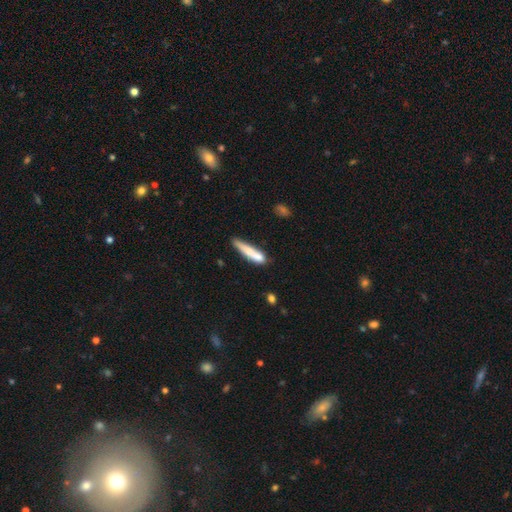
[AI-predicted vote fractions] Smooth or featured?
  - smooth: 70% *
  - featured or disk: 23%
  - star or artifact: 6%
How rounded?
  - cigar-shaped: 87% *
  - in between: 12%
  - round: 2%
Merging?
  - none: 56% *
  - minor disturbance: 26%
  - merger: 10%
  - major disturbance: 8%